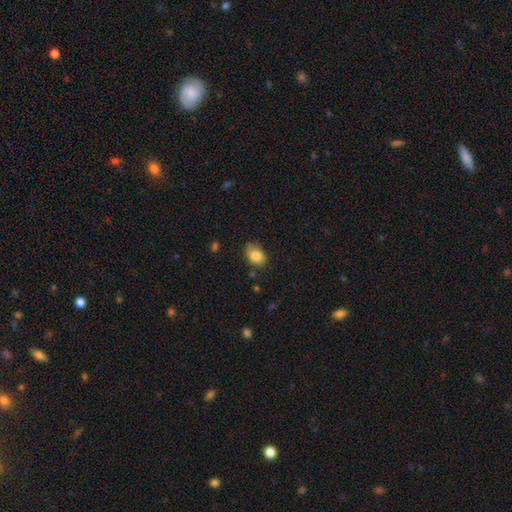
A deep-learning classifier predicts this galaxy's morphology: Overall: smooth (85%). How rounded: in between (71%). Merging: none (69%).